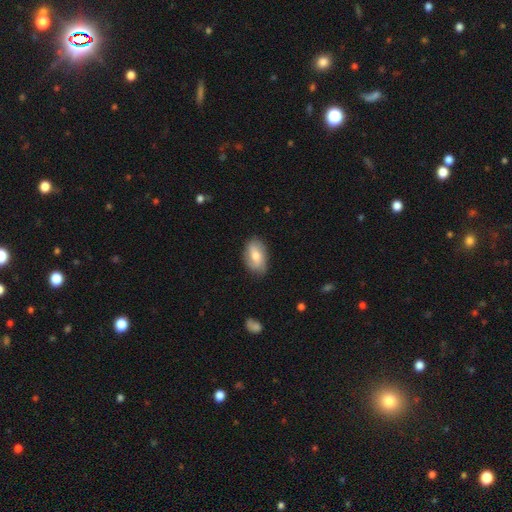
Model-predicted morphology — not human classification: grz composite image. It shows a smooth galaxy with no disk features (62%) that is in between round and cigar-shaped (90%). Merging: none (75%).